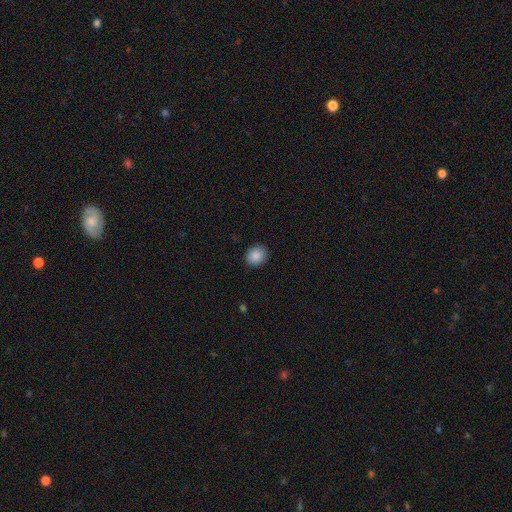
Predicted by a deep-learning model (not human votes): smooth-or-featured: smooth: 87% | star or artifact: 9% | featured or disk: 4%
  how-rounded: round: 69% | in between: 31% | cigar-shaped: 1%
  merging: none: 89% | minor disturbance: 8% | major disturbance: 2% | merger: 1%